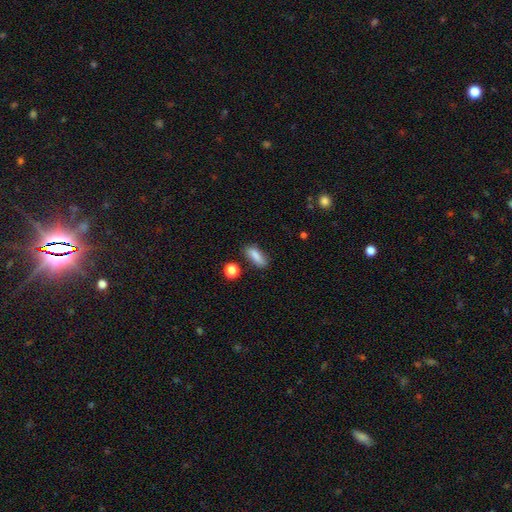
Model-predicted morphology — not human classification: Smooth or featured? smooth (82%)
How rounded? in between (64%)
Merging? none (72%)